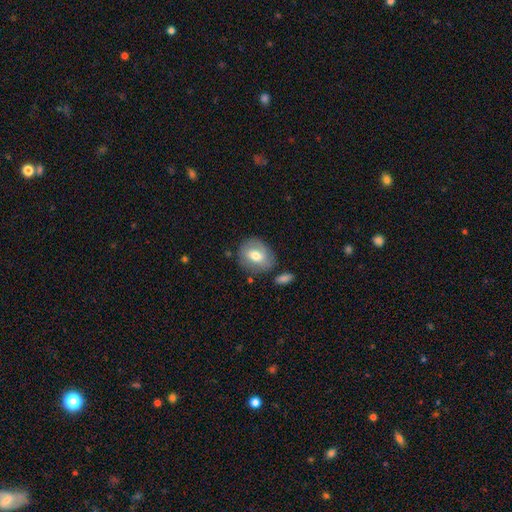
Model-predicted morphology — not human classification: Overall: smooth (62%; featured or disk 30%). How rounded: round (57%; in between 41%). Merging: none (73%).